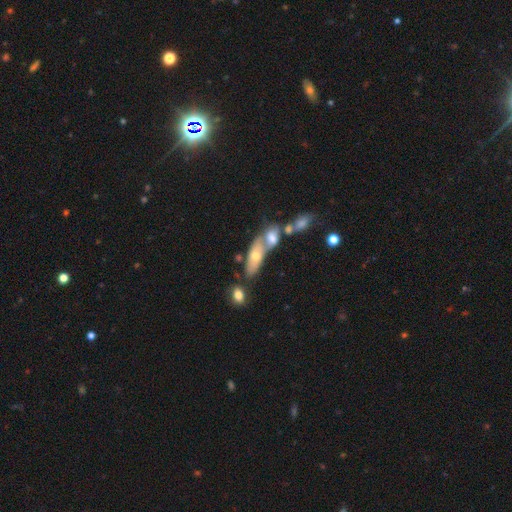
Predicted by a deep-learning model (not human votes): Smooth or featured: featured or disk — 54% (smooth — 26%)
Edge-on disk: no — 58% (yes — 42%)
Merging: merger — 49% (none — 31%)